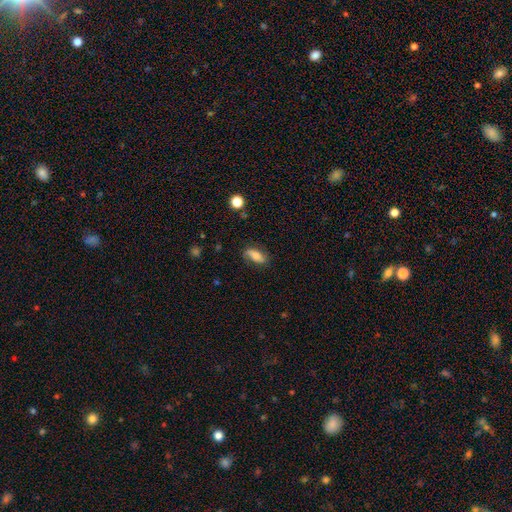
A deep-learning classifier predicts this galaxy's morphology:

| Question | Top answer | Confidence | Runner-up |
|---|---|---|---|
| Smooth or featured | smooth | 64% | featured or disk (27%) |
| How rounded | in between | 81% | cigar-shaped (14%) |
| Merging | none | 72% | minor disturbance (20%) |